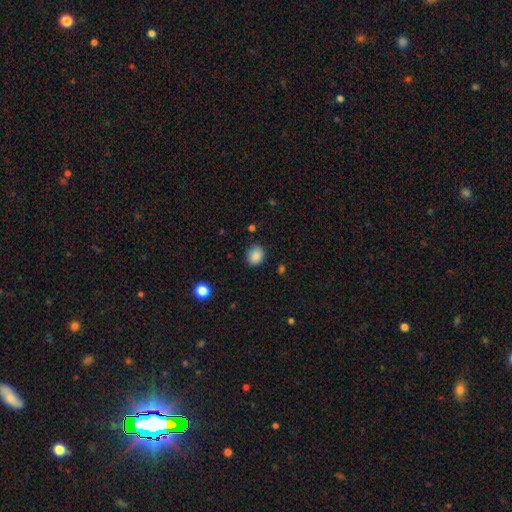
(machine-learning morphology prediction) Smooth or featured? Predicted: smooth (p=0.87). How rounded? Predicted: round (p=0.66). Merging? Predicted: none (p=0.83).